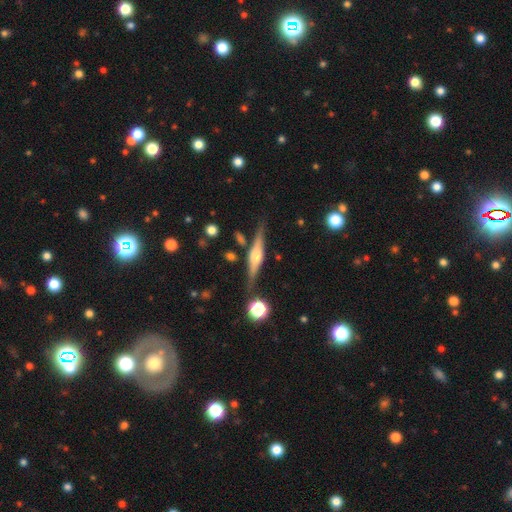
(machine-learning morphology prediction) This is likely a featured or disk galaxy (73%). It is clearly viewed edge-on (97%). Edge-on bulge: likely rounded (77%). Merging: clearly none (82%).